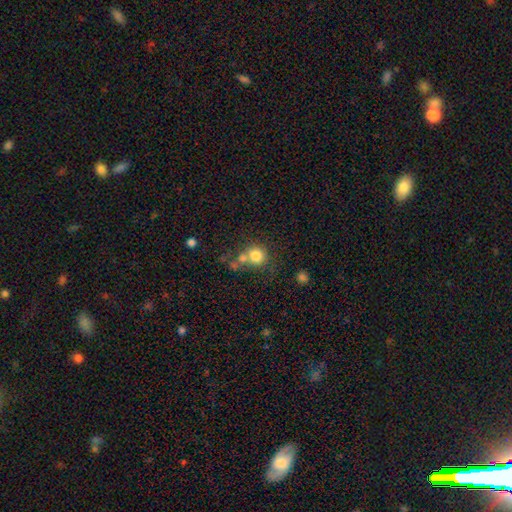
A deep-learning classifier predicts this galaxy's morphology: type=smooth (78%); roundness=round (88%); merging=none (50%).